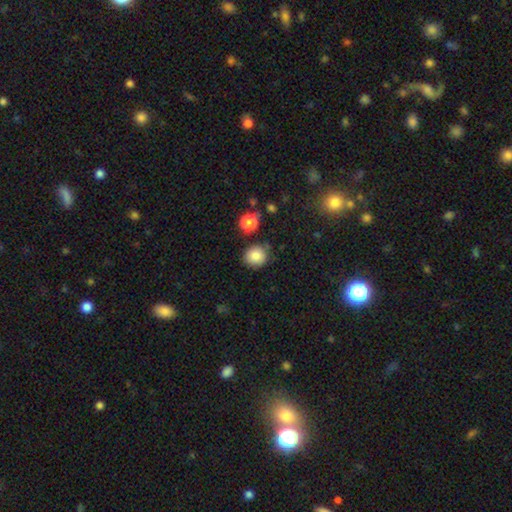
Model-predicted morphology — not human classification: type=smooth (85%); roundness=round (80%); merging=none (80%).